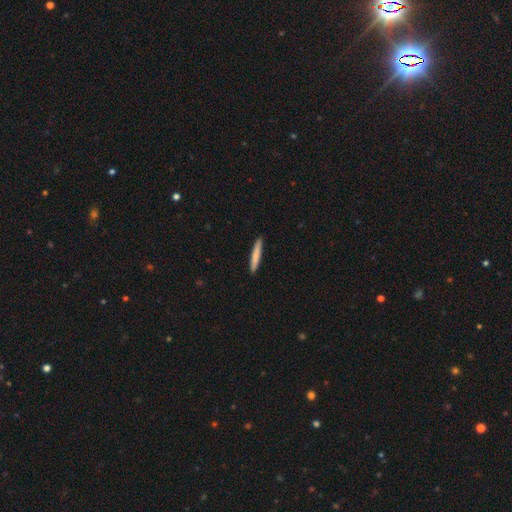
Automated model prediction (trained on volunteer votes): Smooth or featured: smooth — 79% (featured or disk — 16%)
How rounded: cigar-shaped — 95% (in between — 4%)
Merging: none — 92% (minor disturbance — 6%)